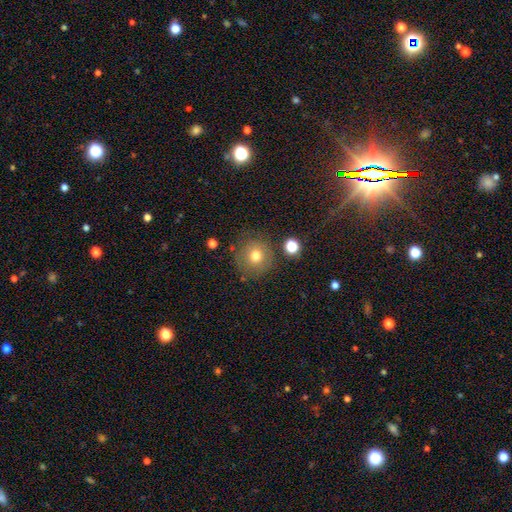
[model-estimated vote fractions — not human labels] This appears to be a smooth galaxy with no disk features (73%) that is round (93%). Merging: none (79%).